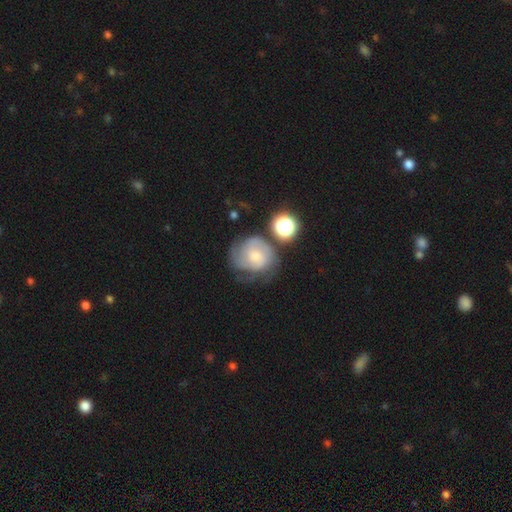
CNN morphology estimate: Smooth or featured: featured or disk — 54% (smooth — 35%)
Edge-on disk: no — 97% (yes — 3%)
Bar: no — 68% (weak — 28%)
Spiral arms: yes — 80% (no — 20%)
Bulge size: small — 45% (moderate — 37%)
Merging: none — 44% (minor disturbance — 25%)